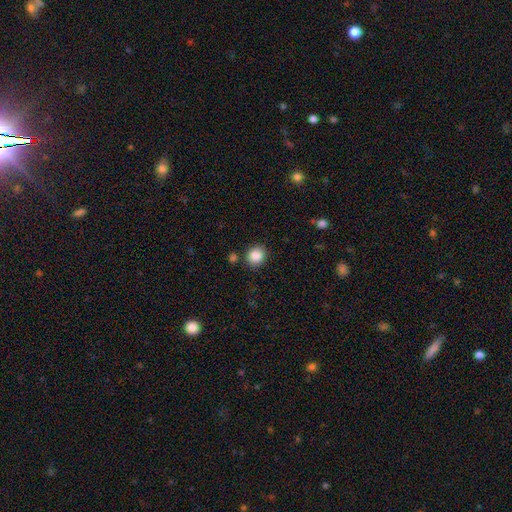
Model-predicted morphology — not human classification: Smooth or featured: smooth — 87% (star or artifact — 9%)
How rounded: round — 81% (in between — 18%)
Merging: none — 85% (minor disturbance — 8%)